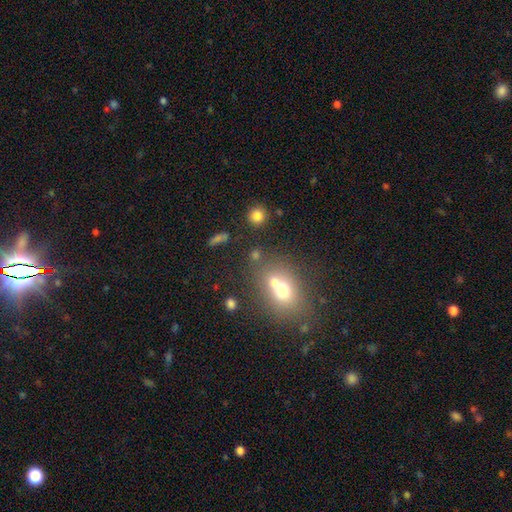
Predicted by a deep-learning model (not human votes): A smooth galaxy with no disk features (61%) that is round (56%). Merging: merger (47%).